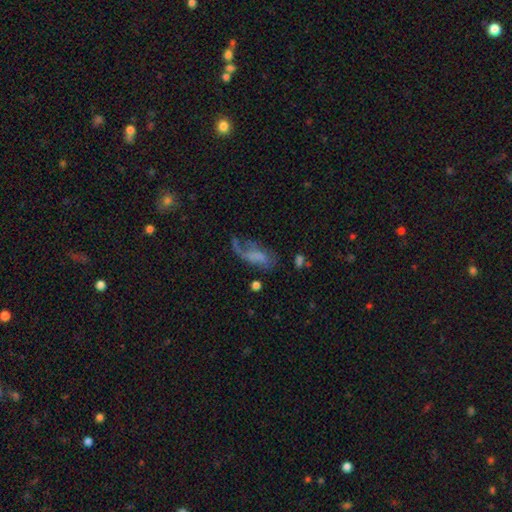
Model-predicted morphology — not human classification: Smooth or featured: featured or disk — 45% (smooth — 42%)
Merging: major disturbance — 41% (none — 30%)